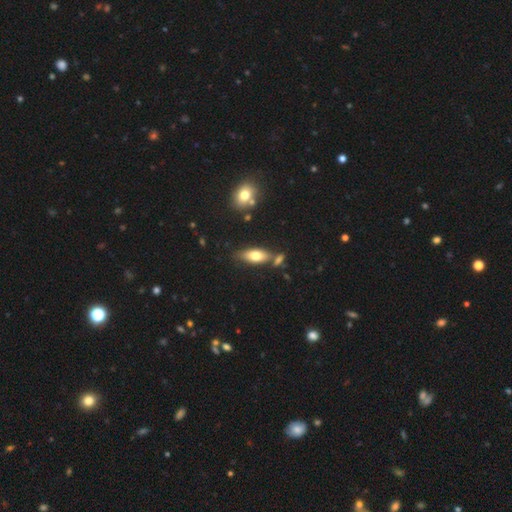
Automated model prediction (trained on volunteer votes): This is likely a smooth galaxy (68%). How rounded: likely in between (76%). Merging: likely none (66%).